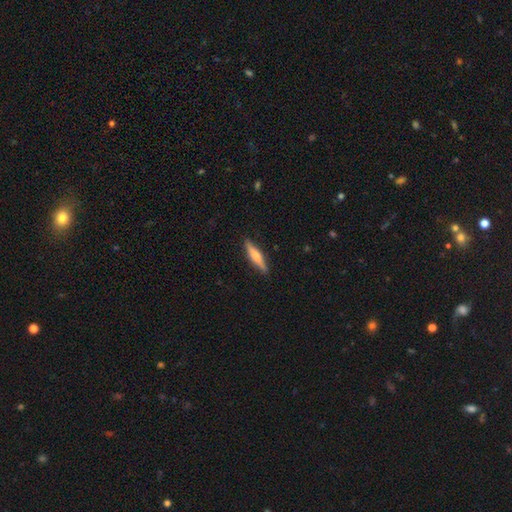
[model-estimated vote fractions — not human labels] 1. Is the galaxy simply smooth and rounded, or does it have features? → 49% smooth, 45% featured or disk, 6% star or artifact.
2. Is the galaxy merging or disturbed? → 89% none, 8% minor disturbance, 2% major disturbance, 1% merger.